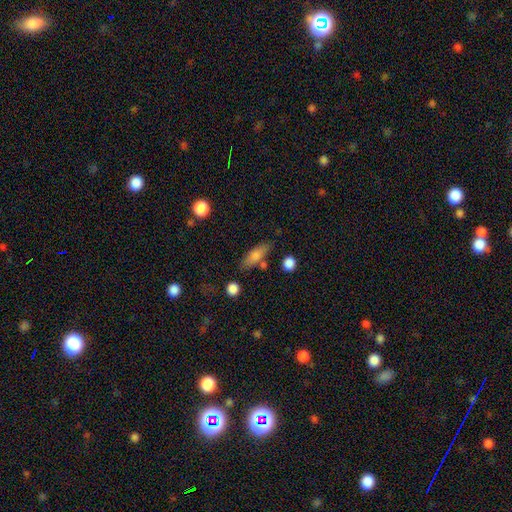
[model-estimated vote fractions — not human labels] Smooth or featured? smooth (74%)
How rounded? in between (59%)
Merging? none (72%)